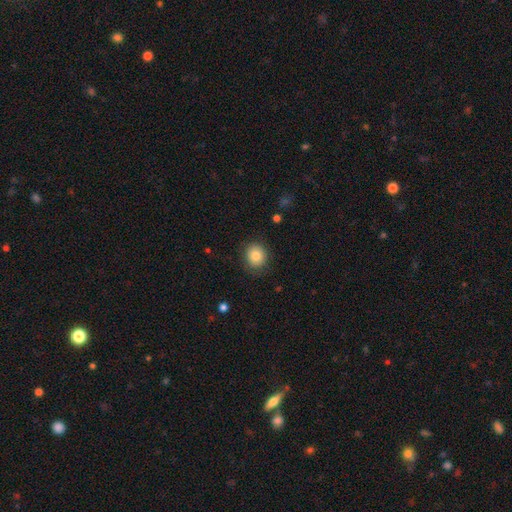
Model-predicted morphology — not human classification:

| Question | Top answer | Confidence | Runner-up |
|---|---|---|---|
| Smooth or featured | smooth | 83% | star or artifact (9%) |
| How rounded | round | 76% | in between (23%) |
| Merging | none | 85% | minor disturbance (11%) |